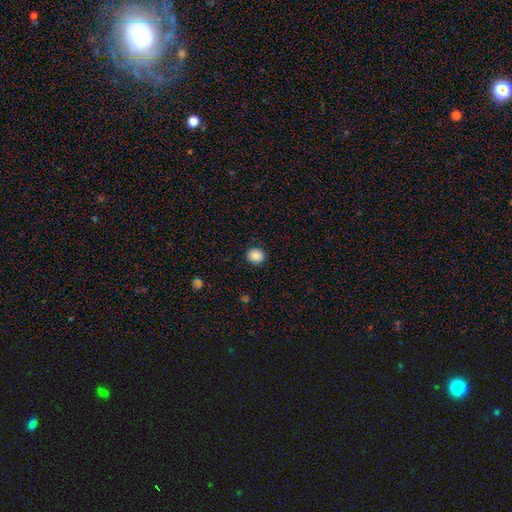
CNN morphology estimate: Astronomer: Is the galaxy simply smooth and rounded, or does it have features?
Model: smooth — 87%.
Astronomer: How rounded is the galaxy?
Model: round — 74%.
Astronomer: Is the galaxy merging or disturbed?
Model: none — 89%.